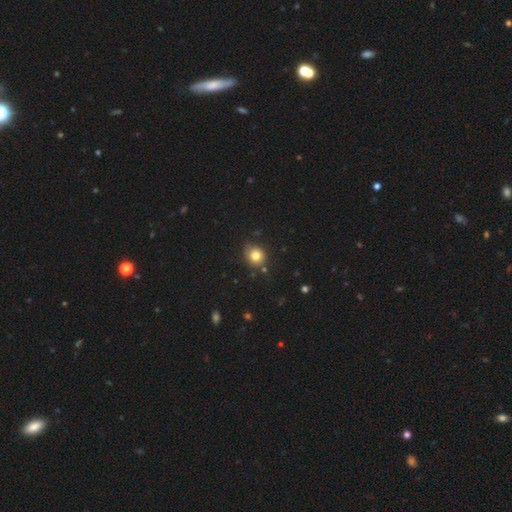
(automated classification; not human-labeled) This appears to be a smooth galaxy with no disk features (79%) that is round (74%). Merging: none (75%).